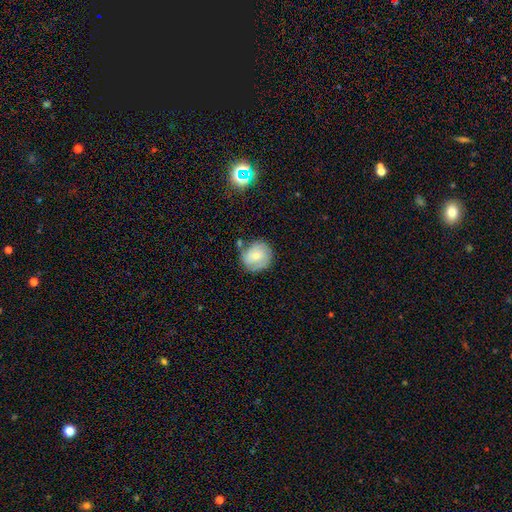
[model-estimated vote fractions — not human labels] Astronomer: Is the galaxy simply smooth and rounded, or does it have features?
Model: smooth — 52% (runner-up: featured or disk, 40%).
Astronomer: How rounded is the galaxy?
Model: round — 83%.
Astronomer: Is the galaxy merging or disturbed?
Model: none — 66%.